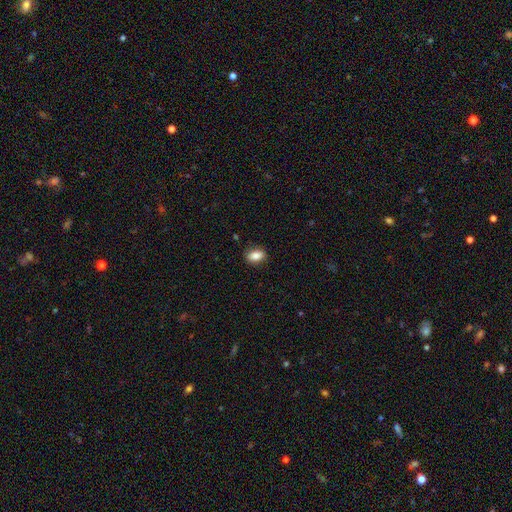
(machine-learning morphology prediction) Smooth or featured? smooth (85%)
How rounded? in between (84%)
Merging? none (87%)